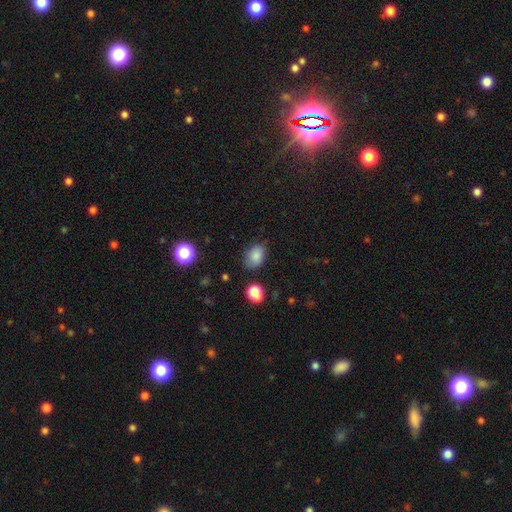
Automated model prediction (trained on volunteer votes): Overall: smooth (83%). How rounded: in between (71%). Merging: none (74%).